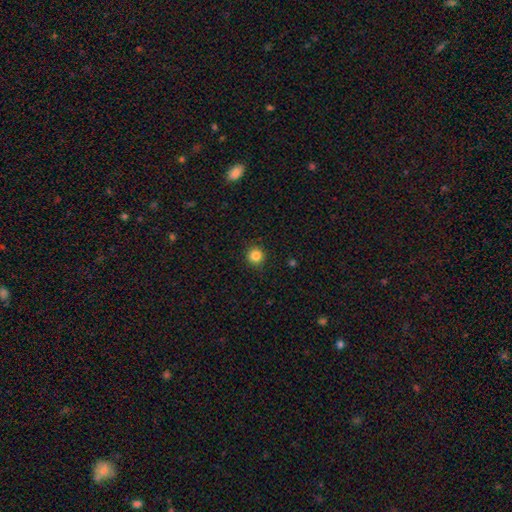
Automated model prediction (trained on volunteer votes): Smooth or featured? Predicted: smooth (p=0.85). How rounded? Predicted: round (p=0.94). Merging? Predicted: none (p=0.92).